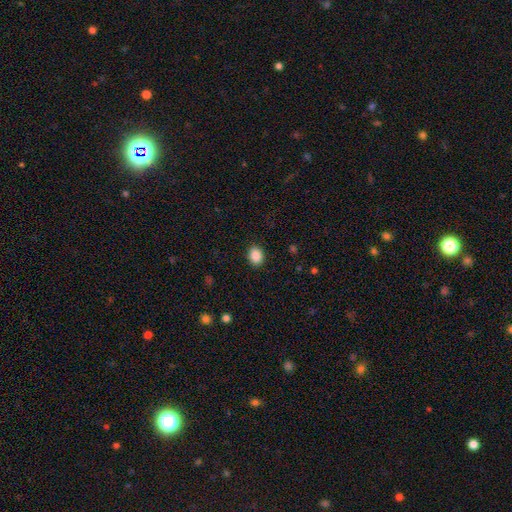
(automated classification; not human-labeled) Smooth or featured: smooth — 89% (star or artifact — 8%)
How rounded: in between — 61% (round — 38%)
Merging: none — 89% (minor disturbance — 8%)